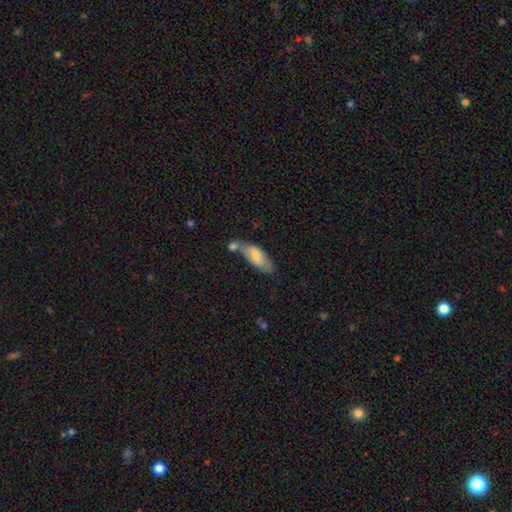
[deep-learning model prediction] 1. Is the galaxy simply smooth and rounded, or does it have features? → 71% smooth, 23% featured or disk, 6% star or artifact.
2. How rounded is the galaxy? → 74% in between, 24% cigar-shaped, 2% round.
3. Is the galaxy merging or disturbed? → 40% none, 32% merger, 21% minor disturbance, 7% major disturbance.